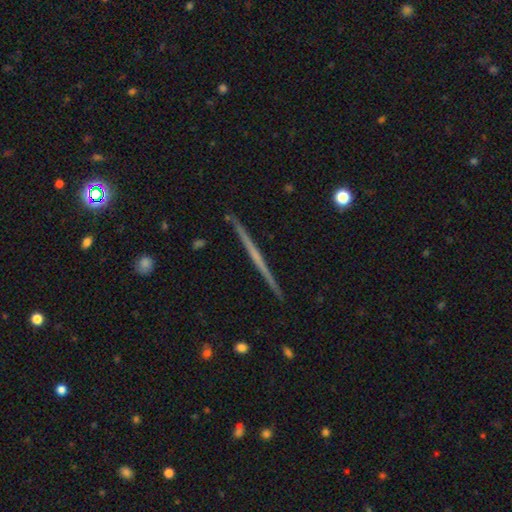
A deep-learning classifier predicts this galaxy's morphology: Smooth or featured?
  - featured or disk: 71% *
  - smooth: 23%
  - star or artifact: 6%
Edge-on disk?
  - yes: 98% *
  - no: 2%
Edge-on bulge?
  - none: 80% *
  - rounded: 15%
  - boxy: 5%
Merging?
  - none: 93% *
  - minor disturbance: 5%
  - merger: 1%
  - major disturbance: 1%